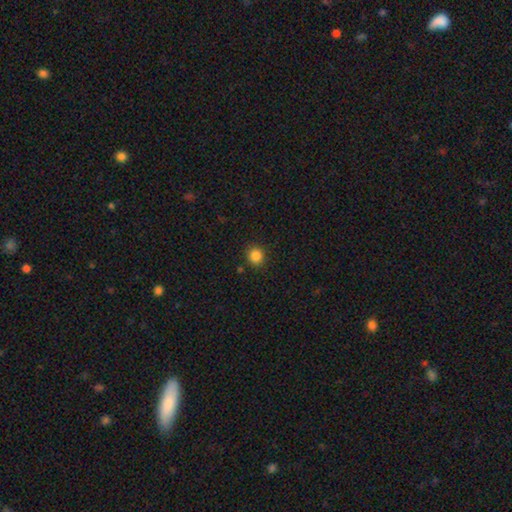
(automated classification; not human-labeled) smooth-or-featured: smooth: 85% | star or artifact: 12% | featured or disk: 3%
  how-rounded: round: 87% | in between: 12% | cigar-shaped: 1%
  merging: none: 89% | minor disturbance: 7% | major disturbance: 2% | merger: 2%